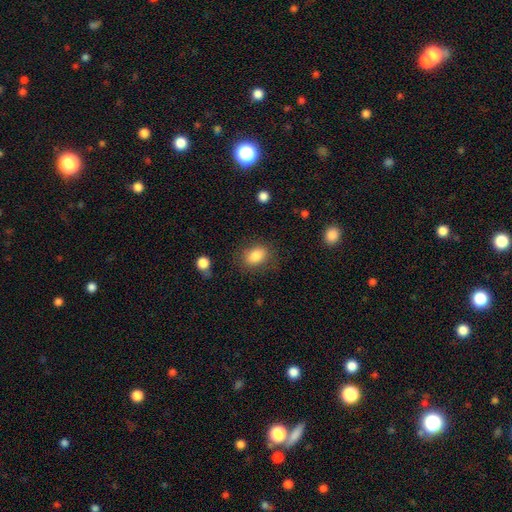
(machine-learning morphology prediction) Smooth or featured? smooth (84%)
How rounded? in between (73%)
Merging? none (78%)